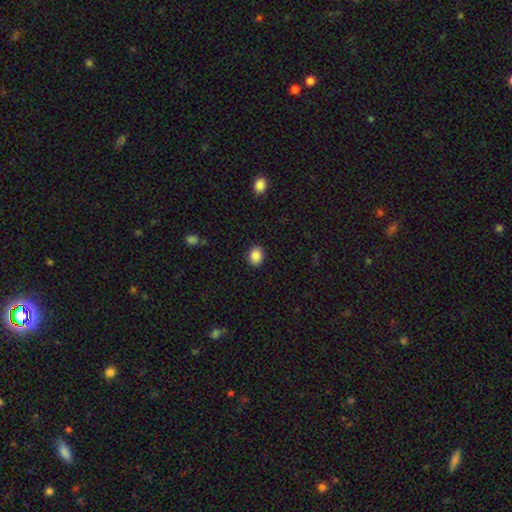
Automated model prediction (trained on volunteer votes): smooth_or_featured: smooth (p=0.88) [alt: star or artifact p=0.08]
how_rounded: in between (p=0.55) [alt: round p=0.45]
merging: none (p=0.89) [alt: minor disturbance p=0.08]